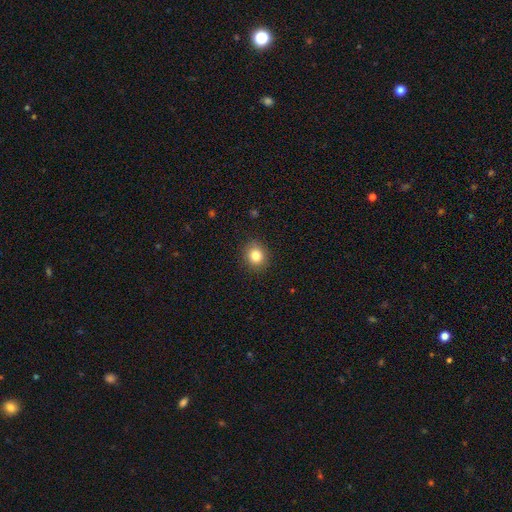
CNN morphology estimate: A smooth galaxy with no disk features (82%) that is round (75%).

Vote fractions:
- Smooth or featured? smooth: 82% / star or artifact: 11% / featured or disk: 7%
- How rounded? round: 75% / in between: 24% / cigar-shaped: 1%
- Merging? none: 90% / minor disturbance: 7% / major disturbance: 2% / merger: 1%